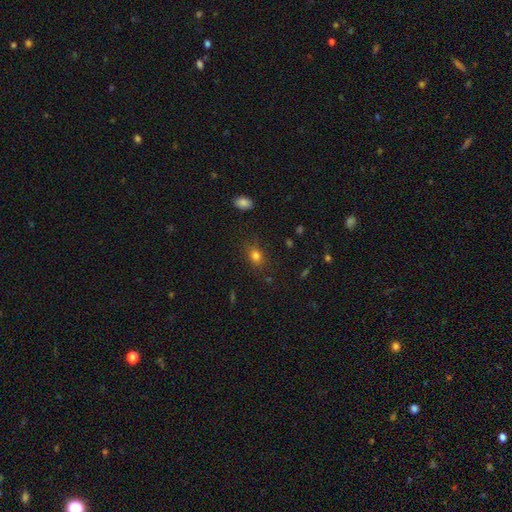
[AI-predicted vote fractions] Smooth or featured?
  - smooth: 80% *
  - star or artifact: 13%
  - featured or disk: 7%
How rounded?
  - in between: 58% *
  - round: 40%
  - cigar-shaped: 2%
Merging?
  - none: 80% *
  - minor disturbance: 14%
  - major disturbance: 4%
  - merger: 2%